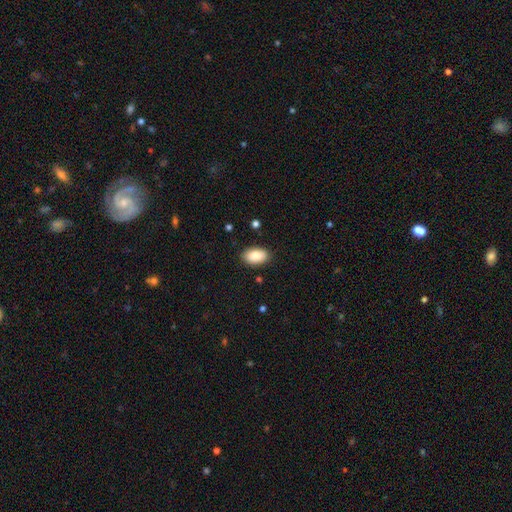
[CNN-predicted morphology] This is clearly a smooth galaxy (87%). How rounded: clearly in between (93%). Merging: clearly none (87%).